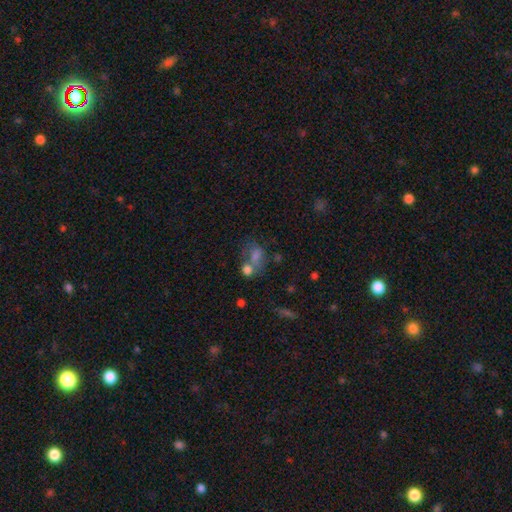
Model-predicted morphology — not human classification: Smooth or featured? Predicted: smooth (p=0.60). How rounded? Predicted: in between (p=0.62). Merging? Predicted: merger (p=0.44).